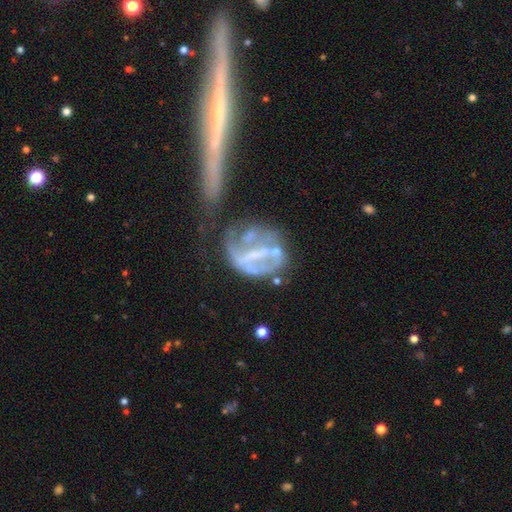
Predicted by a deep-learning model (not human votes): A featured or disk galaxy (71%) with a strong bar (45%), no spiral arms (64%) and no central bulge (50%).

Vote fractions:
- Smooth or featured? featured or disk: 71% / smooth: 19% / star or artifact: 10%
- Edge-on disk? no: 94% / yes: 6%
- Bar? strong: 45% / no: 28% / weak: 27%
- Spiral arms? no: 64% / yes: 36%
- Bulge size? none: 50% / small: 27% / moderate: 18% / large: 3% / dominant: 1%
- Merging? major disturbance: 39% / none: 23% / merger: 21% / minor disturbance: 17%